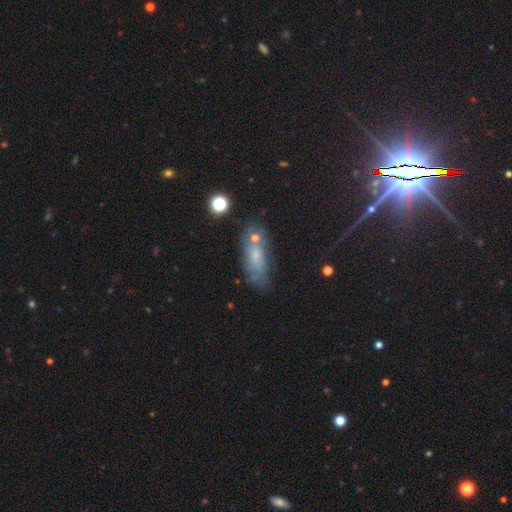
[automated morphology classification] A smooth galaxy with no disk features (50%) that is in between round and cigar-shaped (67%). Merging: none (58%).